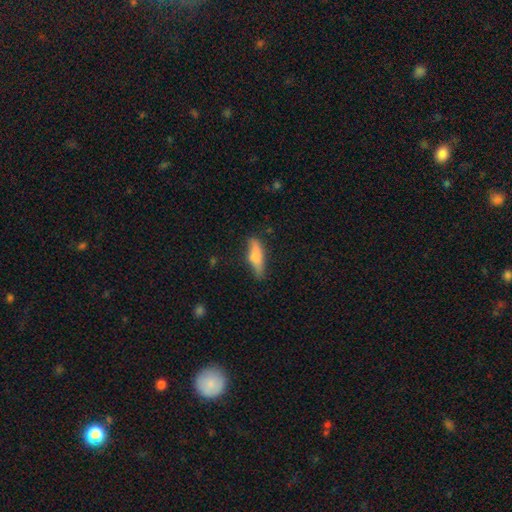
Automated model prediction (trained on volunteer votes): Smooth or featured? Predicted: smooth (p=0.70). How rounded? Predicted: cigar-shaped (p=0.60). Merging? Predicted: none (p=0.73).